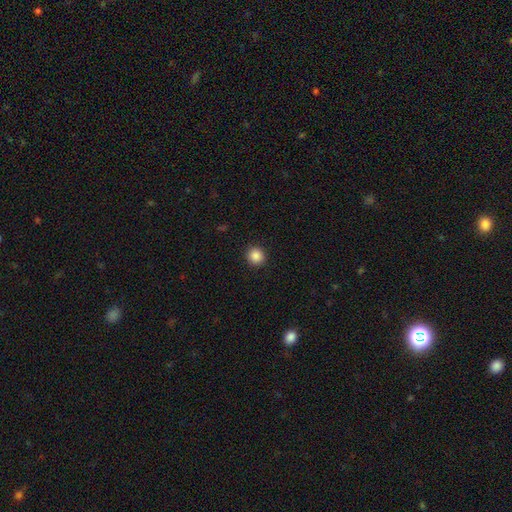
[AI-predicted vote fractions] smooth-or-featured: smooth: 87% | star or artifact: 10% | featured or disk: 3%
  how-rounded: round: 93% | in between: 6% | cigar-shaped: 1%
  merging: none: 93% | minor disturbance: 5% | major disturbance: 2% | merger: 1%